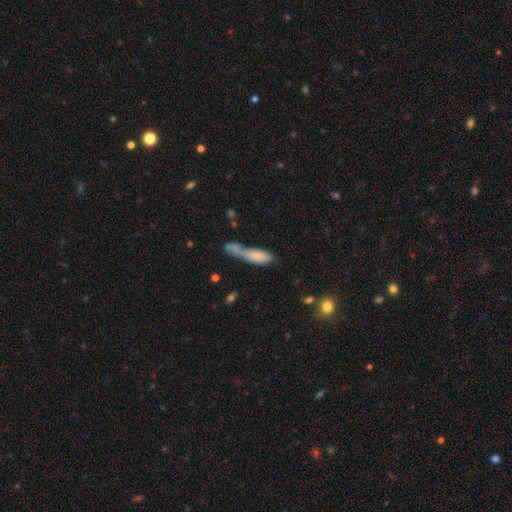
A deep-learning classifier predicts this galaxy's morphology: A smooth galaxy with no disk features (75%) that is cigar-shaped (50%).

Vote fractions:
- Smooth or featured? smooth: 75% / featured or disk: 16% / star or artifact: 8%
- How rounded? cigar-shaped: 50% / in between: 47% / round: 3%
- Merging? merger: 48% / none: 25% / minor disturbance: 15% / major disturbance: 12%